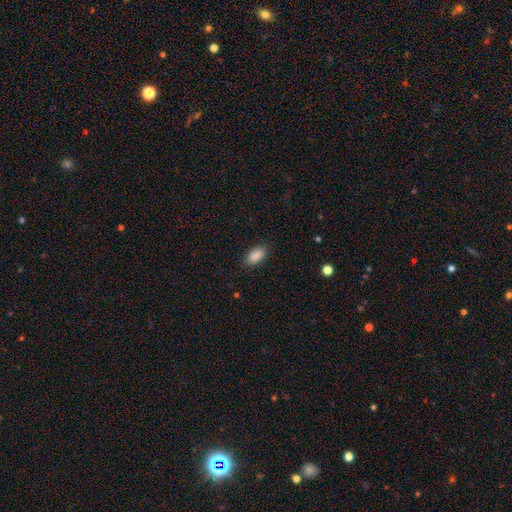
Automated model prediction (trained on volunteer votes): Q: Smooth or featured?
A: smooth (89%); runner-up: star or artifact (7%)
Q: How rounded?
A: in between (93%); runner-up: cigar-shaped (4%)
Q: Merging?
A: none (86%); runner-up: minor disturbance (10%)